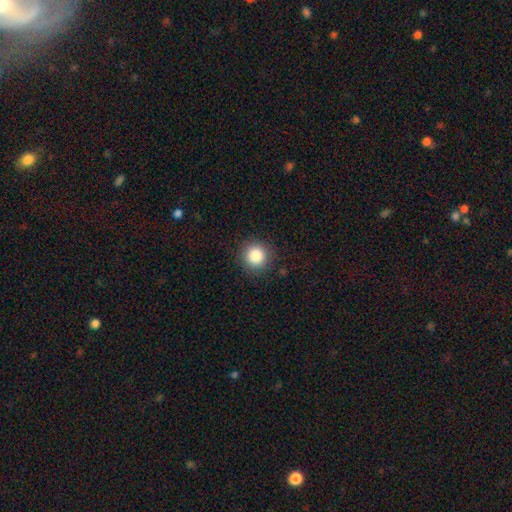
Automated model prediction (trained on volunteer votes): Smooth or featured? Predicted: smooth (p=0.85). How rounded? Predicted: round (p=0.95). Merging? Predicted: none (p=0.90).